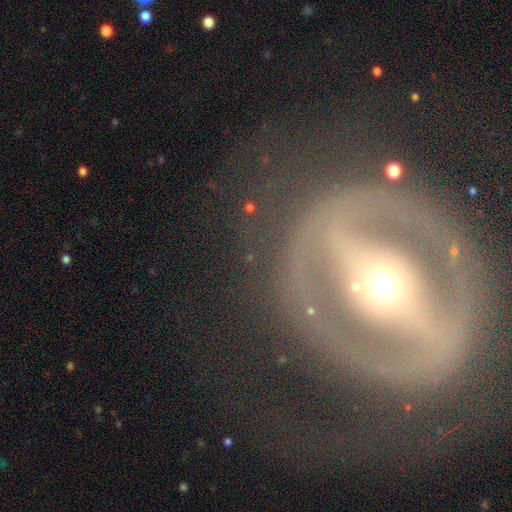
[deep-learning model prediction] Morphology: type=featured or disk (83%); edge-on=no (90%); bar=strong (75%); spiral arms=yes (52%); bulge=moderate (62%); merging=none (72%).